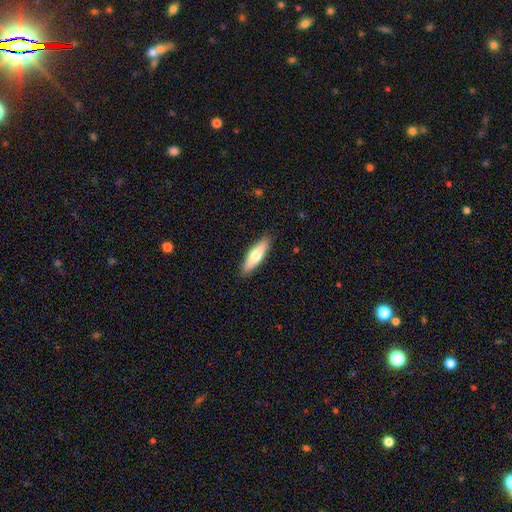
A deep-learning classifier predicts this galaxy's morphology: Smooth or featured: smooth — 66% (featured or disk — 28%)
How rounded: cigar-shaped — 61% (in between — 38%)
Merging: none — 90% (minor disturbance — 8%)